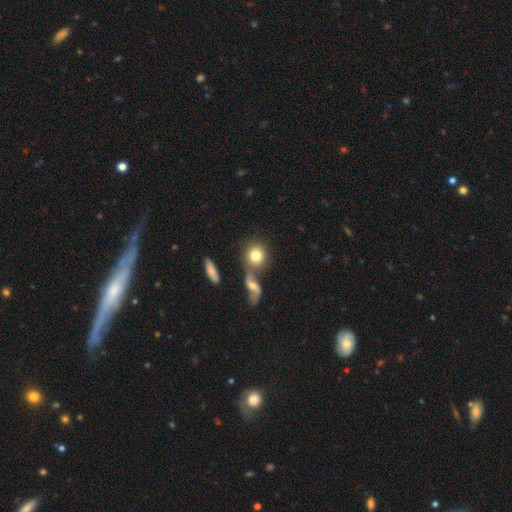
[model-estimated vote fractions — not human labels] Morphology: type=smooth (77%); roundness=round (80%); merging=none (55%).